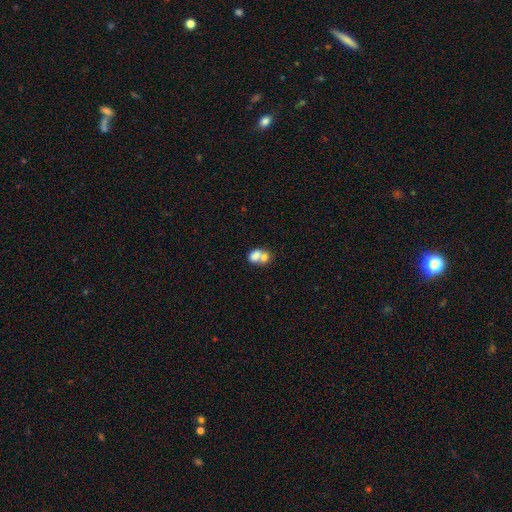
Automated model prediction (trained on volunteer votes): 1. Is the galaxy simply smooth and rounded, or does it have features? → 74% smooth, 17% featured or disk, 9% star or artifact.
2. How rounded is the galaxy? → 65% in between, 34% round, 1% cigar-shaped.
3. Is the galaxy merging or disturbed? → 65% merger, 23% none, 7% minor disturbance, 5% major disturbance.